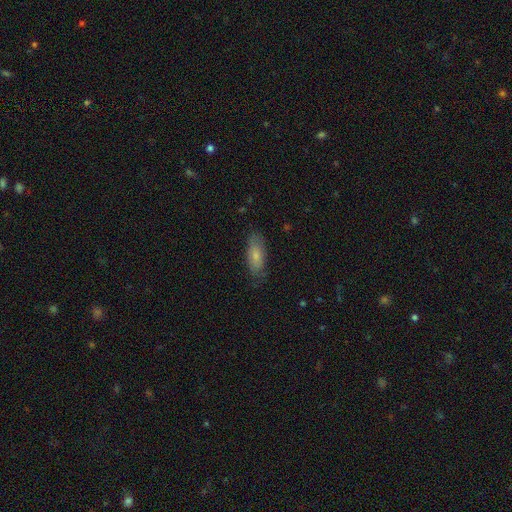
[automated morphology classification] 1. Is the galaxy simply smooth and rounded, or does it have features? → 75% smooth, 18% featured or disk, 7% star or artifact.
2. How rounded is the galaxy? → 75% in between, 23% cigar-shaped, 2% round.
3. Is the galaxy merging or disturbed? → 76% none, 18% minor disturbance, 4% major disturbance, 1% merger.